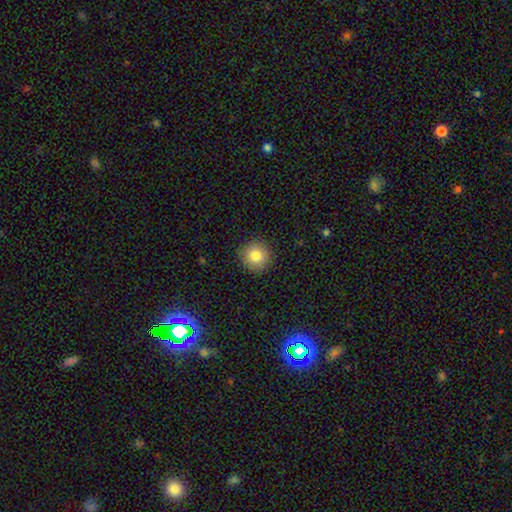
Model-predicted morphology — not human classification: Smooth or featured? smooth (83%)
How rounded? round (94%)
Merging? none (91%)